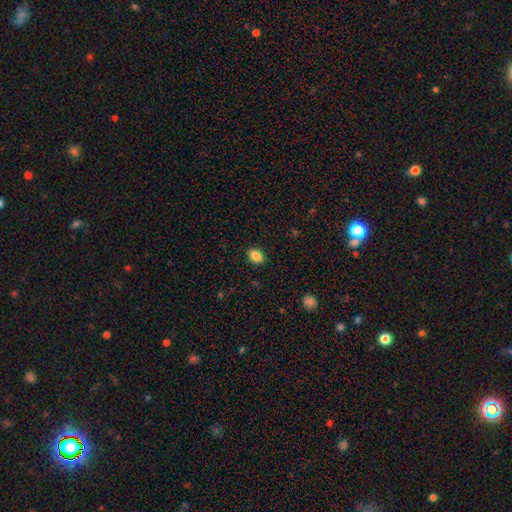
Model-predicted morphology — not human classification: A smooth galaxy with no disk features (87%) that is in between round and cigar-shaped (75%).

Vote fractions:
- Smooth or featured? smooth: 87% / star or artifact: 9% / featured or disk: 4%
- How rounded? in between: 75% / round: 24% / cigar-shaped: 1%
- Merging? none: 89% / minor disturbance: 8% / major disturbance: 2% / merger: 1%